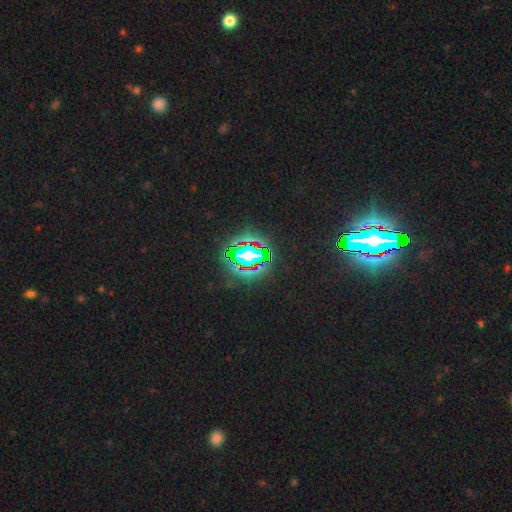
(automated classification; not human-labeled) This is clearly a star or artifact rather than a galaxy (81%).